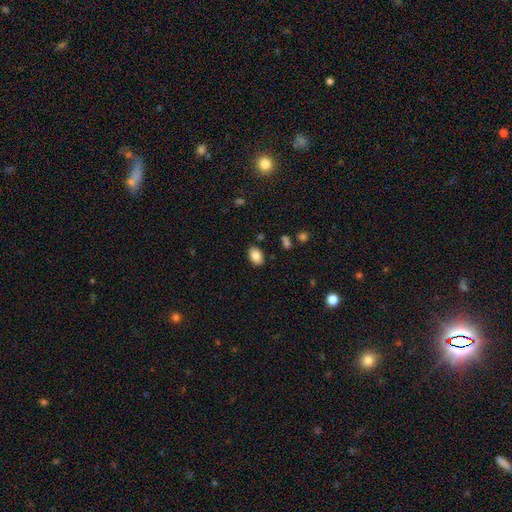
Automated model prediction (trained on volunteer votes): This is clearly a smooth galaxy (85%). How rounded: clearly in between (88%). Merging: clearly none (85%).